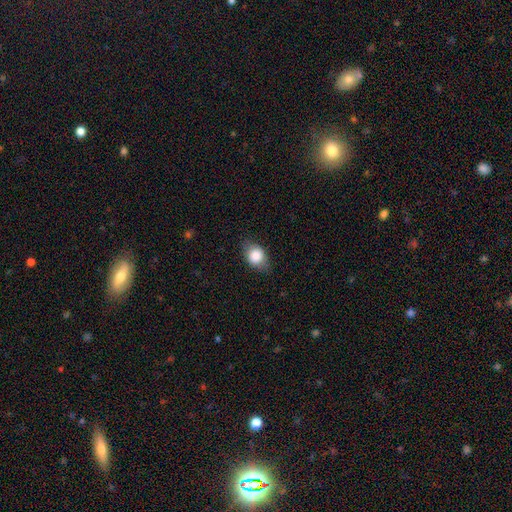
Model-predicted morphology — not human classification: smooth-or-featured: smooth: 81% | featured or disk: 11% | star or artifact: 8%
  how-rounded: in between: 70% | round: 28% | cigar-shaped: 2%
  merging: none: 79% | minor disturbance: 16% | major disturbance: 4% | merger: 1%